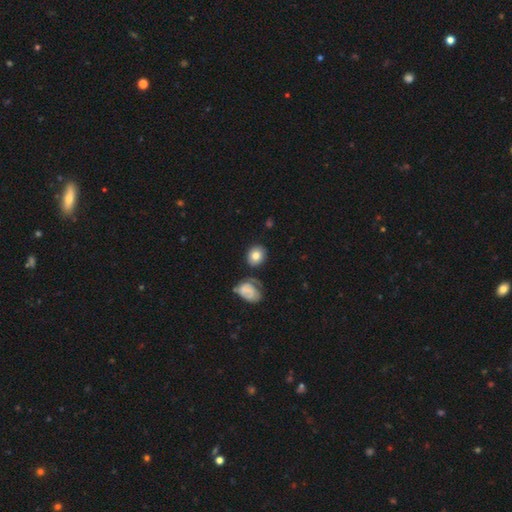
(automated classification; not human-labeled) Smooth or featured? smooth (75%)
How rounded? round (71%)
Merging? none (74%)